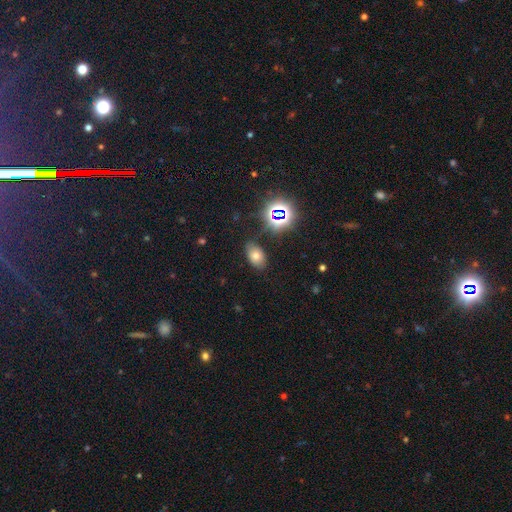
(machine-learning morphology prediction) smooth_or_featured: smooth (p=0.64) [alt: star or artifact p=0.23]
how_rounded: in between (p=0.86) [alt: round p=0.12]
merging: none (p=0.78) [alt: minor disturbance p=0.16]